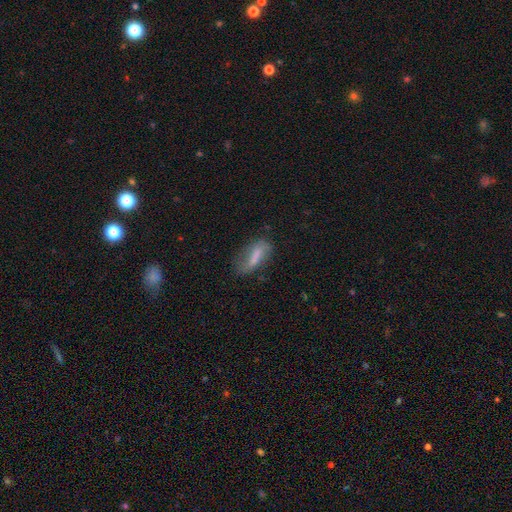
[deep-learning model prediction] Smooth or featured: smooth — 60% (featured or disk — 31%)
How rounded: in between — 65% (cigar-shaped — 32%)
Merging: none — 48% (minor disturbance — 31%)